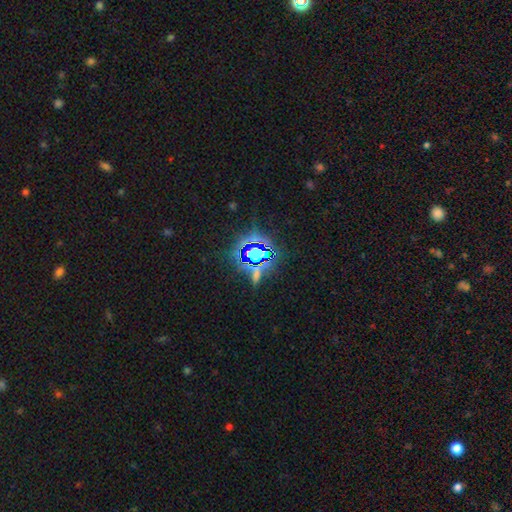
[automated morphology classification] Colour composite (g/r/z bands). It shows a star or artifact, not a galaxy (81%).